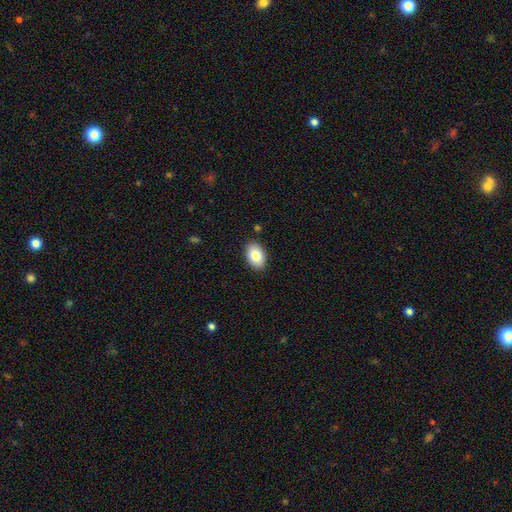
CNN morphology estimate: smooth-or-featured: smooth: 82% | featured or disk: 11% | star or artifact: 7%
  how-rounded: in between: 87% | round: 12% | cigar-shaped: 1%
  merging: none: 88% | minor disturbance: 9% | major disturbance: 2% | merger: 1%